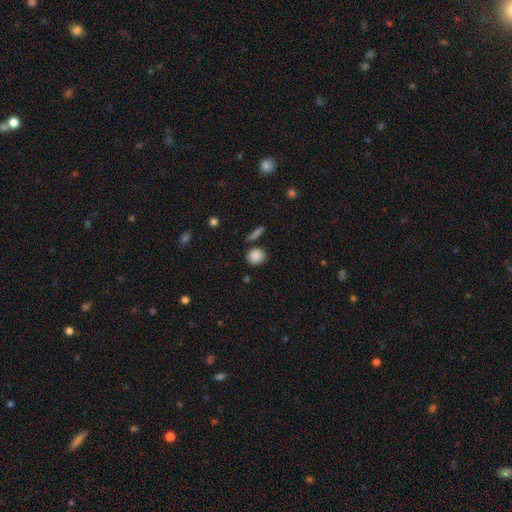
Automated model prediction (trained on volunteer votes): This appears to be a smooth galaxy with no disk features (86%) that is round (73%). Merging: none (77%).